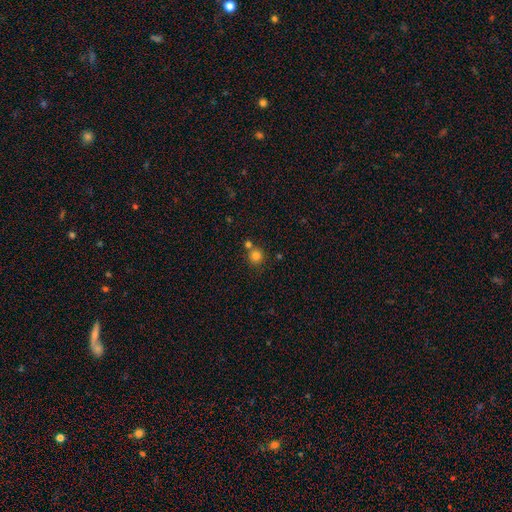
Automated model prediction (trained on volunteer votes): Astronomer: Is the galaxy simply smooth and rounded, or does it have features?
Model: smooth — 80%.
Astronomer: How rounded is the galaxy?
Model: round — 92%.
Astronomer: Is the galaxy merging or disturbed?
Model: none — 66%.